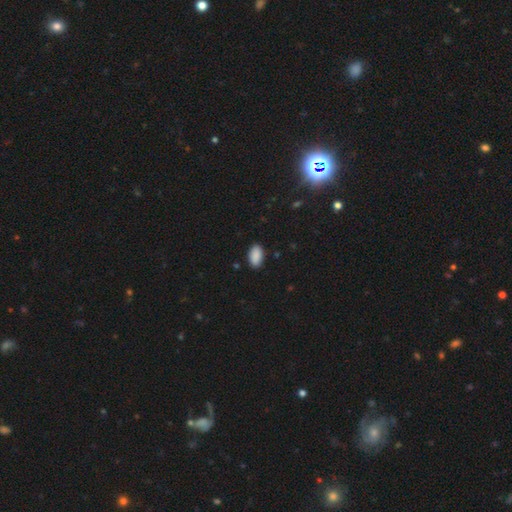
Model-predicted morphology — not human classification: smooth-or-featured: smooth: 90% | star or artifact: 7% | featured or disk: 3%
  how-rounded: in between: 94% | round: 4% | cigar-shaped: 2%
  merging: none: 88% | minor disturbance: 9% | major disturbance: 2% | merger: 1%